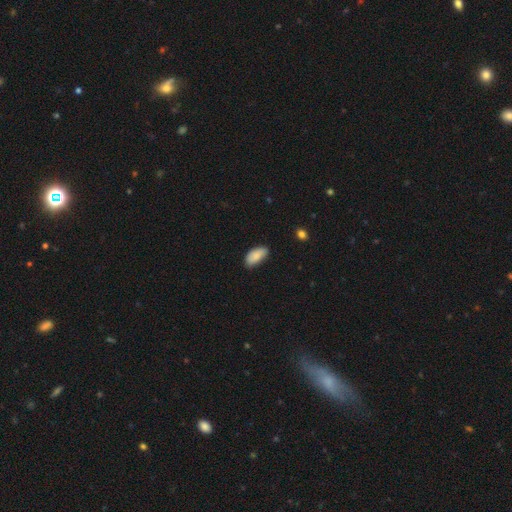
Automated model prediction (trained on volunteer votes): The model was most divided on "merging": none: 71%, minor disturbance: 24%, major disturbance: 3%, merger: 1%. More confident: how rounded — in between (93%); smooth or featured — smooth (85%).